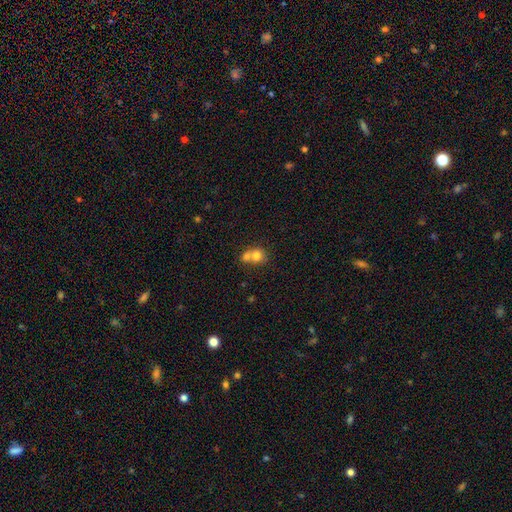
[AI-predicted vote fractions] This appears to be a smooth galaxy with no disk features (74%) that is round (75%). Merging: merger (63%).